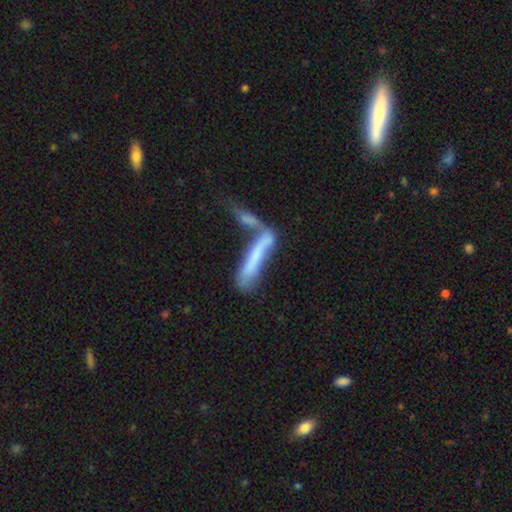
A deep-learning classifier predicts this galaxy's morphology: Overall: smooth (53%; featured or disk 39%). How rounded: cigar-shaped (87%). Merging: merger (55%; none 22%).